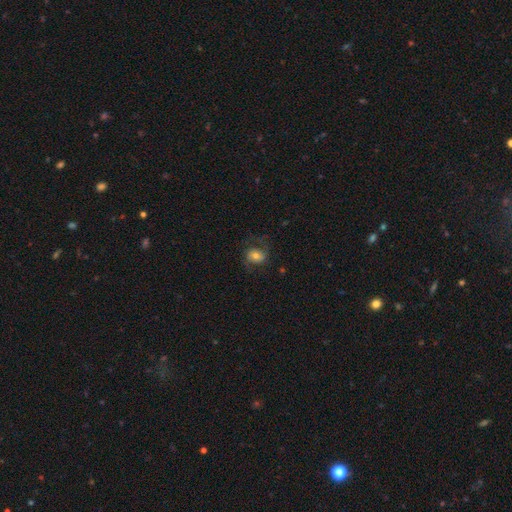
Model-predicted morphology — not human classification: This is possibly a smooth galaxy (52%). How rounded: possibly round (53%). Merging: likely none (62%).